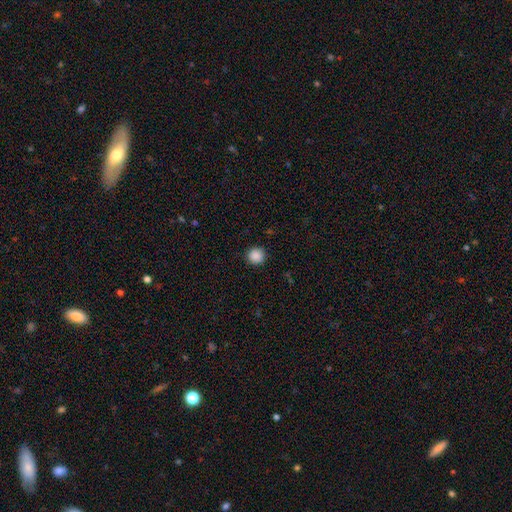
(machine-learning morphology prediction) smooth_or_featured: smooth (p=0.88) [alt: star or artifact p=0.10]
how_rounded: round (p=0.93) [alt: in between p=0.06]
merging: none (p=0.91) [alt: minor disturbance p=0.06]